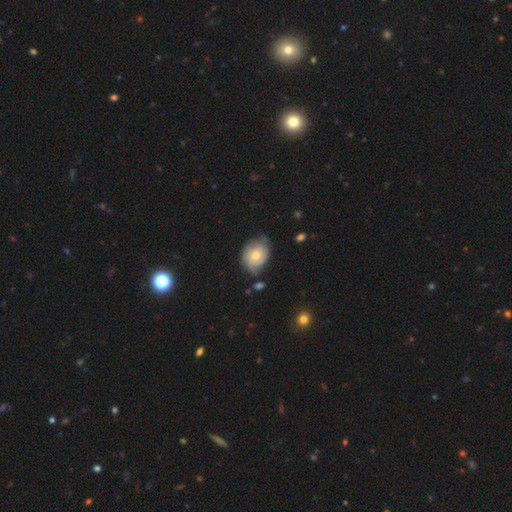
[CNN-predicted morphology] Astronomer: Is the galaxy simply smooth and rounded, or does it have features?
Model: smooth — 59%.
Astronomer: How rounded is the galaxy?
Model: in between — 54% (runner-up: round, 45%).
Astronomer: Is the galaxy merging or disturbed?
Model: none — 55% (runner-up: minor disturbance, 34%).